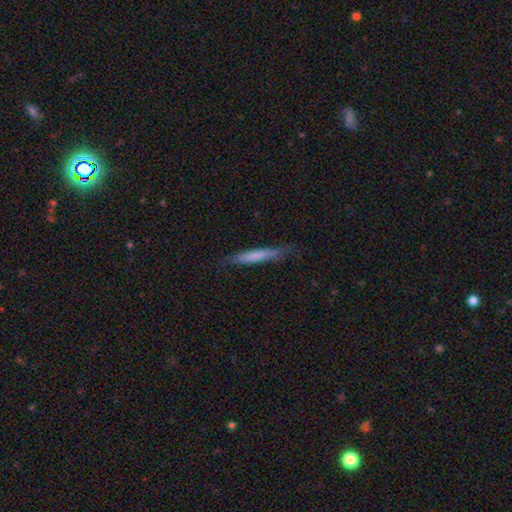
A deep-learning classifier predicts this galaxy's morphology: A smooth galaxy with no disk features (65%) that is cigar-shaped (94%).

Vote fractions:
- Smooth or featured? smooth: 65% / featured or disk: 29% / star or artifact: 6%
- How rounded? cigar-shaped: 94% / in between: 5% / round: 1%
- Merging? none: 80% / minor disturbance: 15% / major disturbance: 3% / merger: 1%